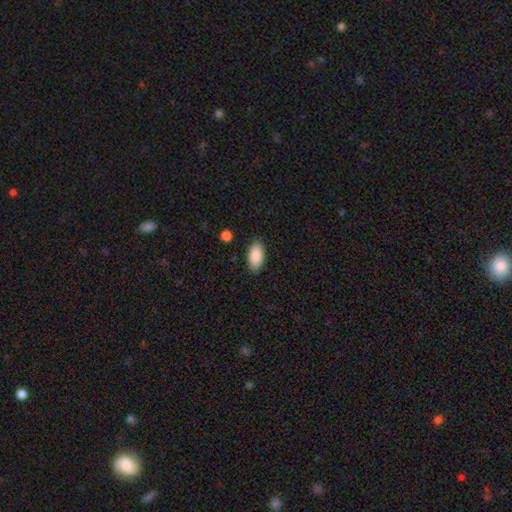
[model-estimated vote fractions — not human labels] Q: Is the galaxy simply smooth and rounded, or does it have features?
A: smooth — 89%.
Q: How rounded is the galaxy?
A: in between — 94%.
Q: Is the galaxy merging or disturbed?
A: none — 87%.